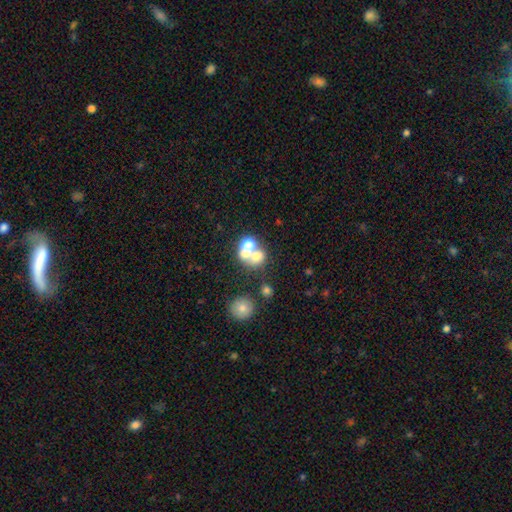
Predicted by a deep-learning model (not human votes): Morphology: type=smooth (58%); roundness=round (66%); merging=merger (62%).